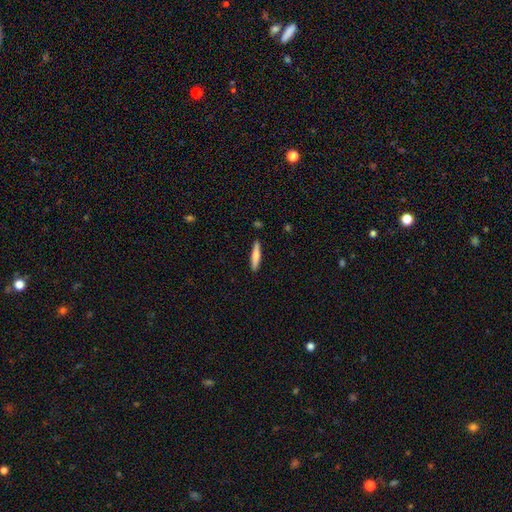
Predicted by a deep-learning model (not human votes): This appears to be a smooth galaxy with no disk features (70%) that is cigar-shaped (88%). Merging: none (89%).